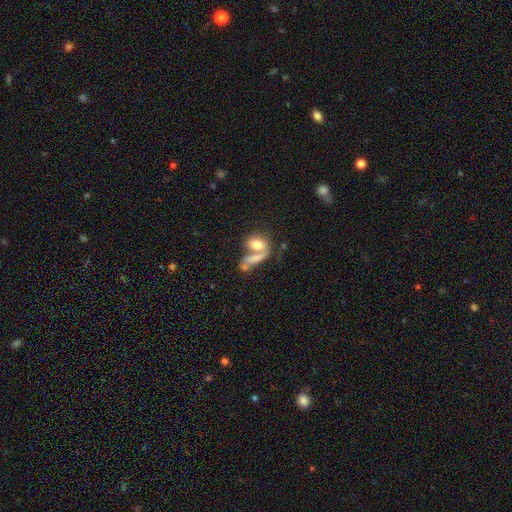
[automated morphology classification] smooth 60%, featured or disk 27%, star or artifact 12%. Down the decision tree: how rounded — in between (70%); merging — merger (54%).